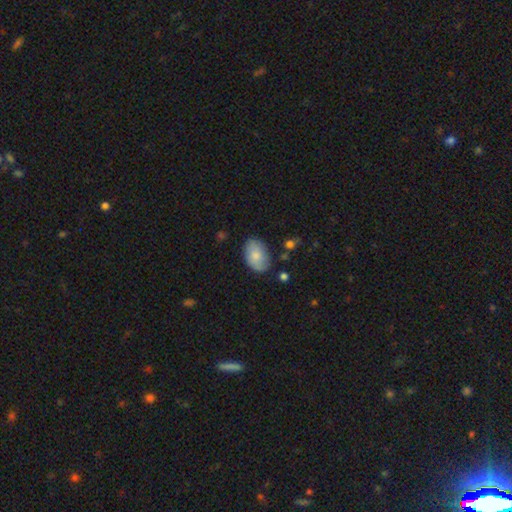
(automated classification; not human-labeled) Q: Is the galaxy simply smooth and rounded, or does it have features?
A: smooth — 78%.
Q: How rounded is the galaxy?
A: in between — 88%.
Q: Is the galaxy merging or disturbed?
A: none — 76%.